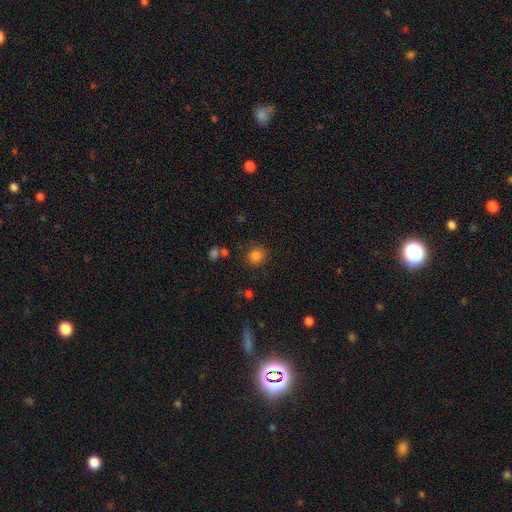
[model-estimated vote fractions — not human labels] Smooth or featured: smooth — 82% (star or artifact — 13%)
How rounded: round — 90% (in between — 9%)
Merging: none — 83% (minor disturbance — 10%)